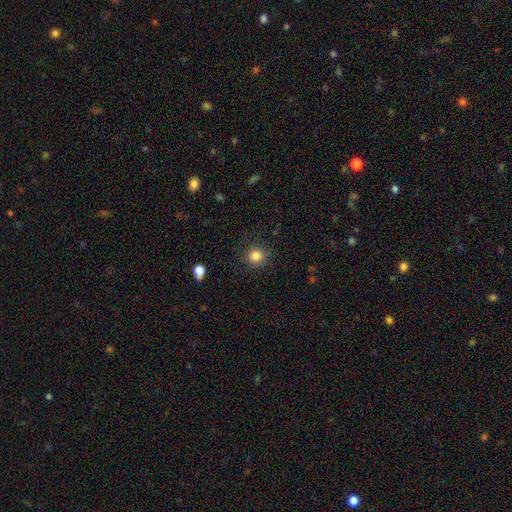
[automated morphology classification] This is clearly a smooth galaxy (85%). How rounded: clearly round (92%). Merging: clearly none (89%).